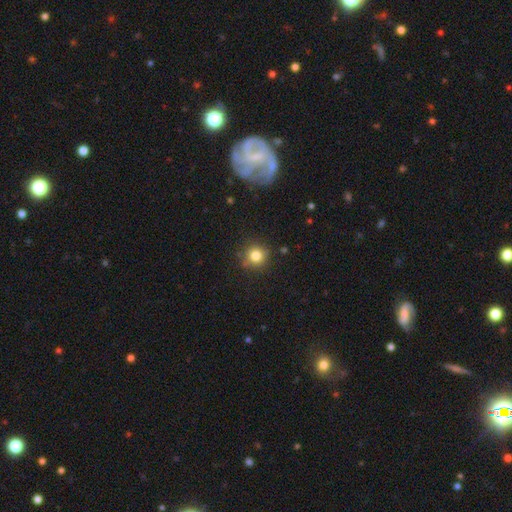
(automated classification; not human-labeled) Smooth or featured?
  - smooth: 81% *
  - star or artifact: 12%
  - featured or disk: 7%
How rounded?
  - round: 93% *
  - in between: 6%
  - cigar-shaped: 1%
Merging?
  - none: 86% *
  - minor disturbance: 9%
  - merger: 3%
  - major disturbance: 3%